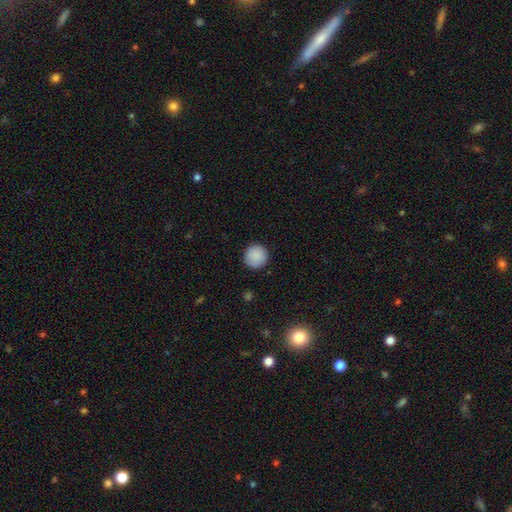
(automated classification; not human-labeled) Overall: smooth (89%). How rounded: round (96%). Merging: none (91%).